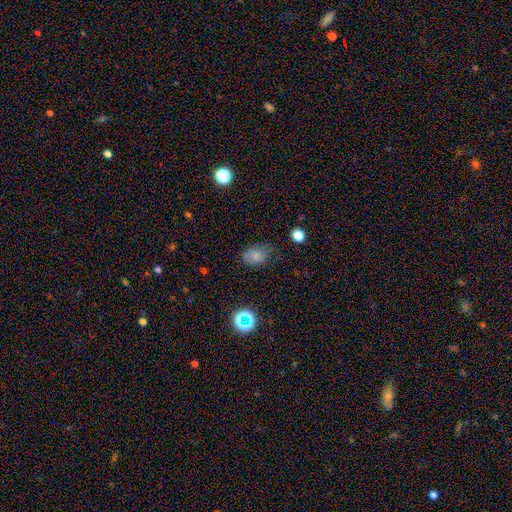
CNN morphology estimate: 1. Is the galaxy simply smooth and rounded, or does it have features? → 74% smooth, 16% star or artifact, 10% featured or disk.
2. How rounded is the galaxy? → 73% in between, 26% round, 1% cigar-shaped.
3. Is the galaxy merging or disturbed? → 62% none, 28% minor disturbance, 9% major disturbance, 2% merger.